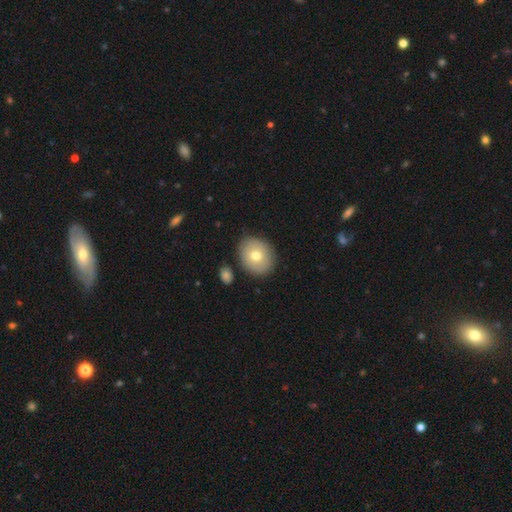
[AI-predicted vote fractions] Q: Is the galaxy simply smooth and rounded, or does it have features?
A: smooth — 72%.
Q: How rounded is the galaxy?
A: round — 55%.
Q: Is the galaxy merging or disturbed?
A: none — 83%.